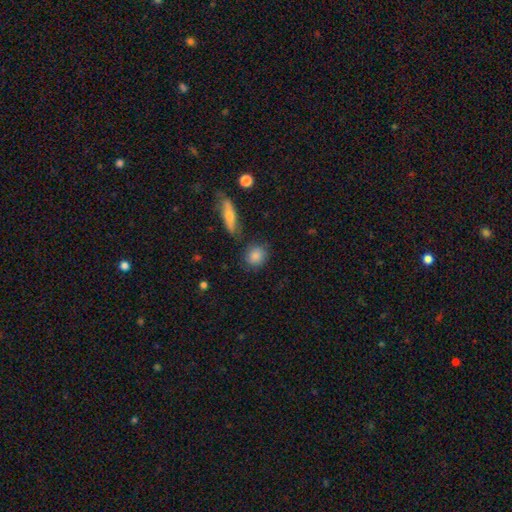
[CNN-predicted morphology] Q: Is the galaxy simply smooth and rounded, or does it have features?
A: smooth — 84%.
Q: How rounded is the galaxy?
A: round — 74%.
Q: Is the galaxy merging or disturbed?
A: none — 77%.